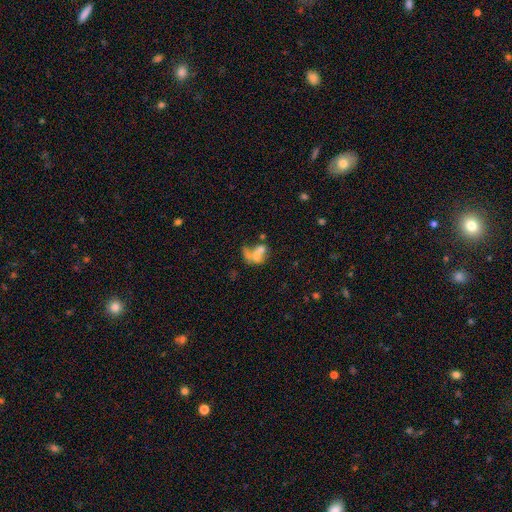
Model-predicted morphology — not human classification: Smooth or featured?
  - smooth: 50% *
  - featured or disk: 35%
  - star or artifact: 14%
How rounded?
  - in between: 71% *
  - round: 26%
  - cigar-shaped: 3%
Merging?
  - merger: 58% *
  - none: 18%
  - major disturbance: 16%
  - minor disturbance: 9%